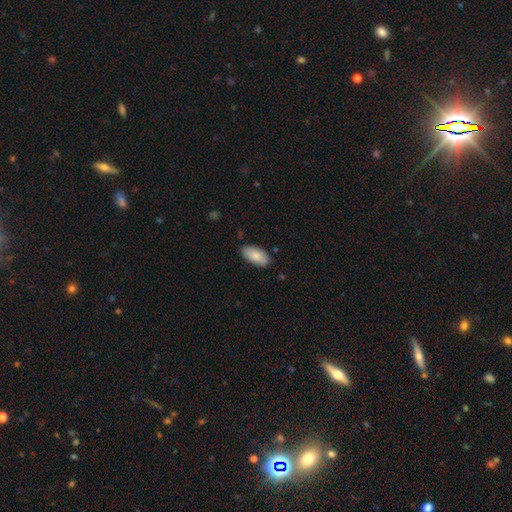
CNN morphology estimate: Q: Smooth or featured?
A: smooth (88%); runner-up: featured or disk (6%)
Q: How rounded?
A: in between (94%); runner-up: cigar-shaped (4%)
Q: Merging?
A: none (84%); runner-up: minor disturbance (13%)